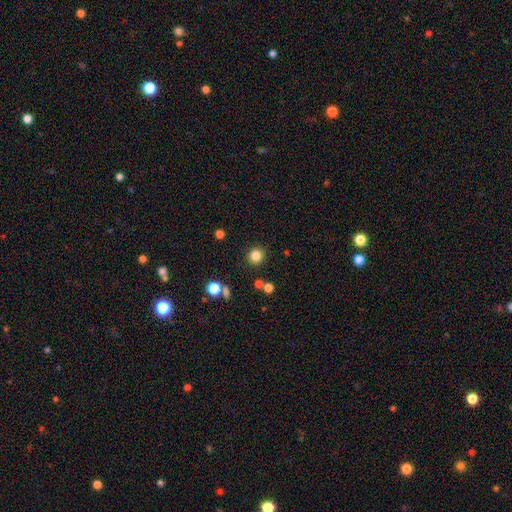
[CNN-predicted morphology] type=smooth (82%); roundness=round (90%); merging=none (88%).